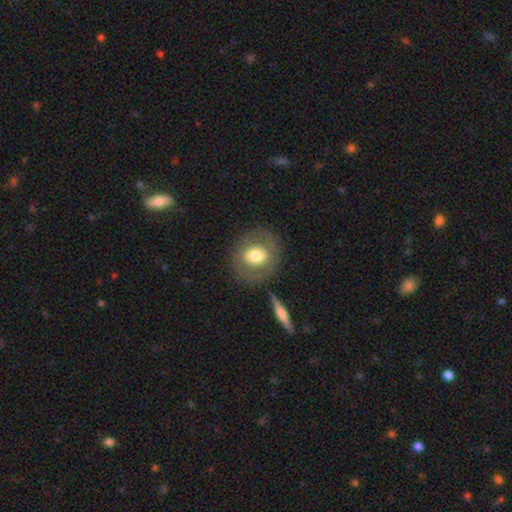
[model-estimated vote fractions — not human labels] smooth 61%, featured or disk 31%, star or artifact 8%. Down the decision tree: how rounded — round (68%); merging — none (77%).